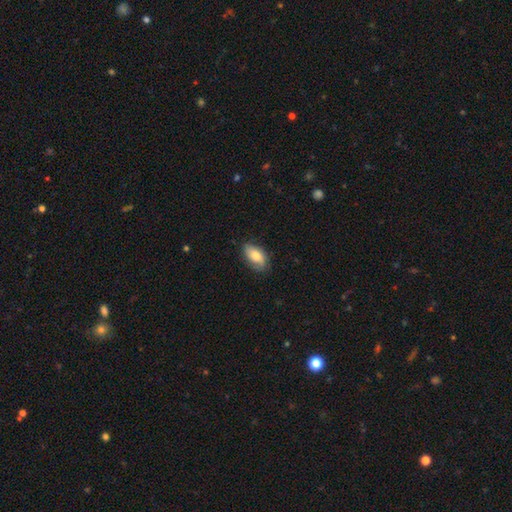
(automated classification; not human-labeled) smooth_or_featured: smooth (p=0.78) [alt: featured or disk p=0.15]
how_rounded: in between (p=0.92) [alt: round p=0.04]
merging: none (p=0.76) [alt: minor disturbance p=0.19]